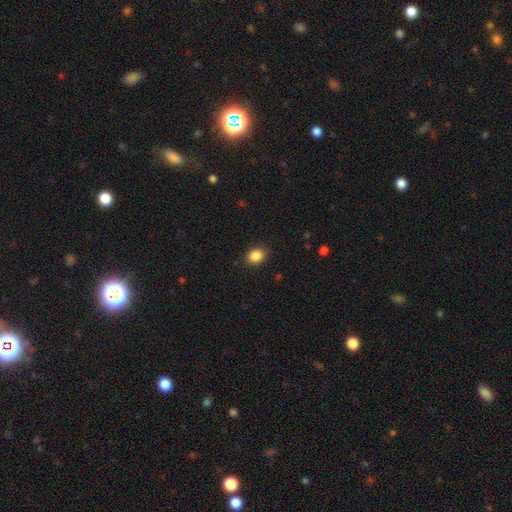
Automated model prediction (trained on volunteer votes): Morphology: type=smooth (87%); roundness=round (51%); merging=none (86%).